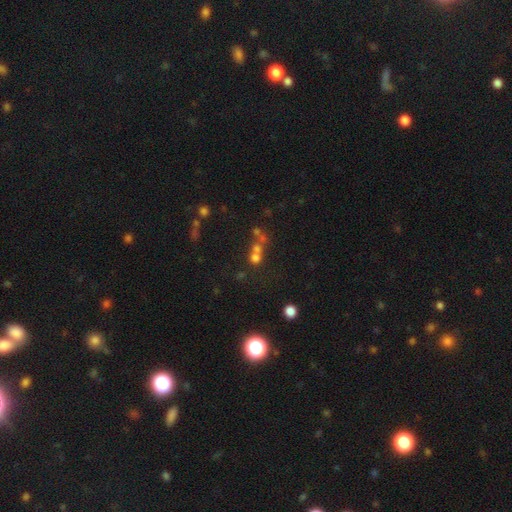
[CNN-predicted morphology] Q: Smooth or featured?
A: smooth (52%); runner-up: star or artifact (29%)
Q: How rounded?
A: round (84%); runner-up: in between (15%)
Q: Merging?
A: merger (45%); runner-up: none (41%)